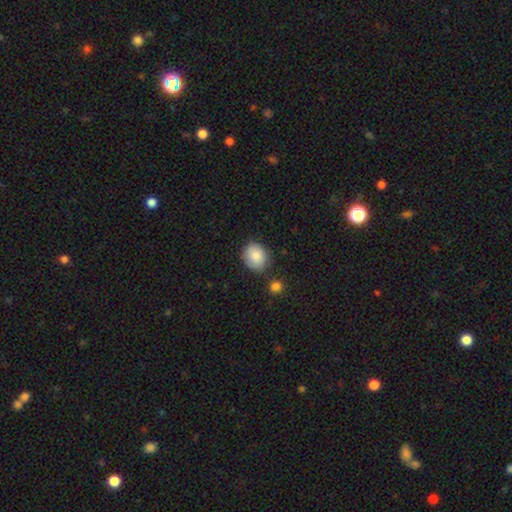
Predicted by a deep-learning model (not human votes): Smooth or featured? smooth (85%)
How rounded? round (64%)
Merging? none (76%)